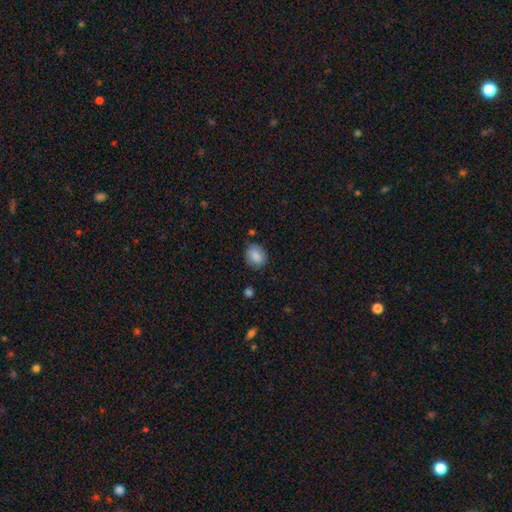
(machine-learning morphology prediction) A smooth galaxy with no disk features (86%) that is round (55%). Merging: none (76%).